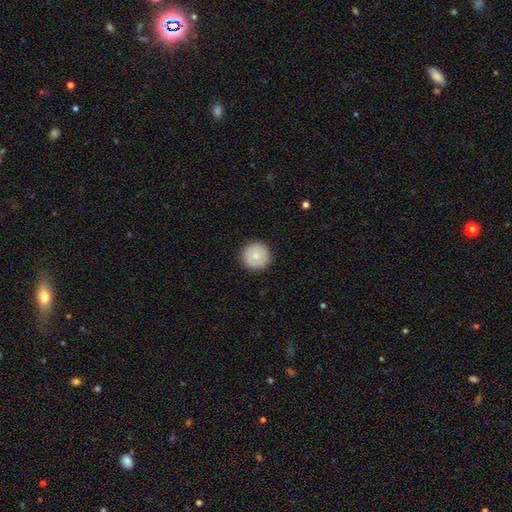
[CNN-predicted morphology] This appears to be a smooth galaxy with no disk features (75%) that is round (96%). Merging: none (92%).